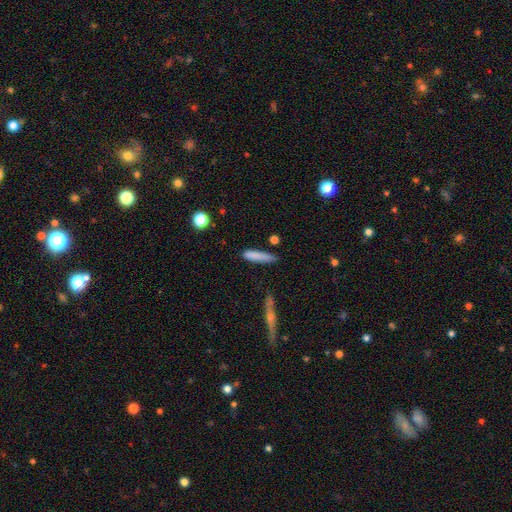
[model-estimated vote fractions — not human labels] smooth-or-featured: smooth: 83% | featured or disk: 10% | star or artifact: 7%
  how-rounded: cigar-shaped: 83% | in between: 16% | round: 2%
  merging: none: 70% | minor disturbance: 21% | major disturbance: 5% | merger: 4%